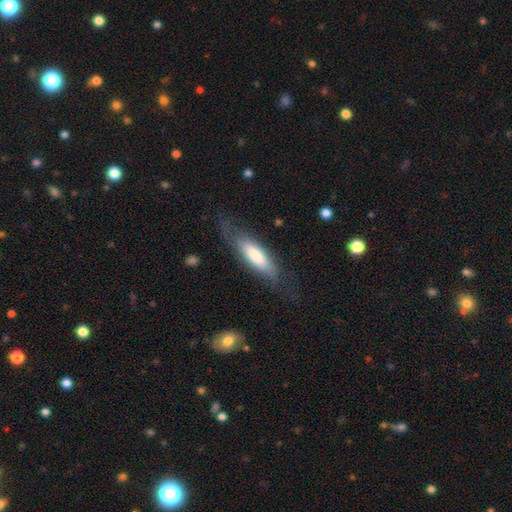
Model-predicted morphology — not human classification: type=smooth (61%); roundness=in between (54%); merging=none (61%).